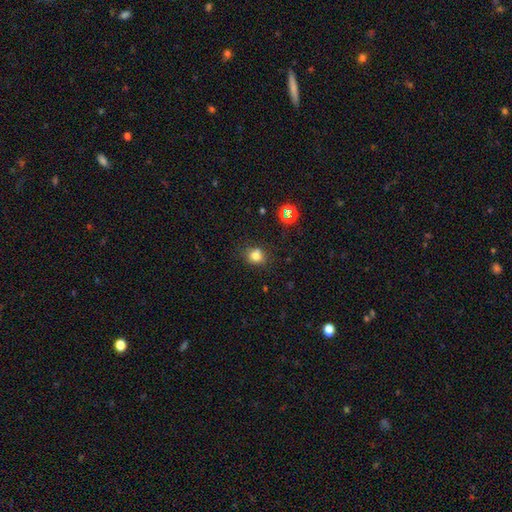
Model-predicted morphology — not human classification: This appears to be a smooth galaxy with no disk features (78%) that is round (73%). Merging: none (77%).